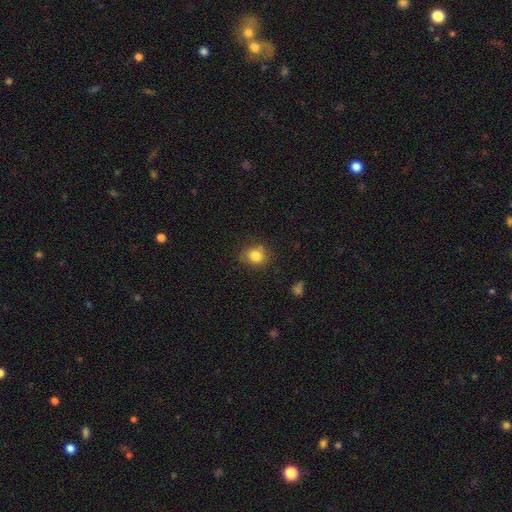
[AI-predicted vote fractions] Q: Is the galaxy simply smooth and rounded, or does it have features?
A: smooth — 82%.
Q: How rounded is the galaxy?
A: round — 75%.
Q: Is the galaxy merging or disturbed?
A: none — 78%.